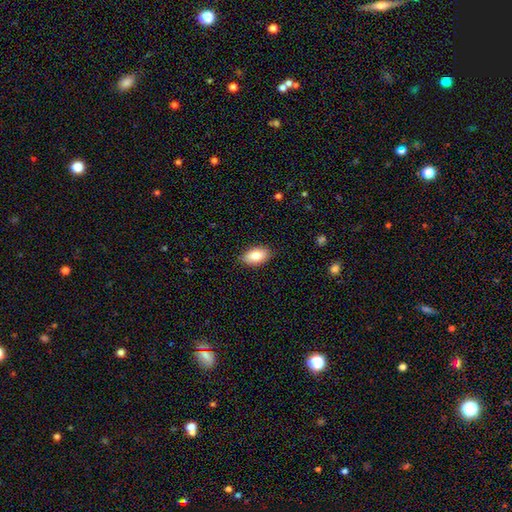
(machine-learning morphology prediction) smooth-or-featured: smooth: 83% | featured or disk: 10% | star or artifact: 7%
  how-rounded: in between: 93% | round: 5% | cigar-shaped: 2%
  merging: none: 87% | minor disturbance: 10% | major disturbance: 2% | merger: 1%